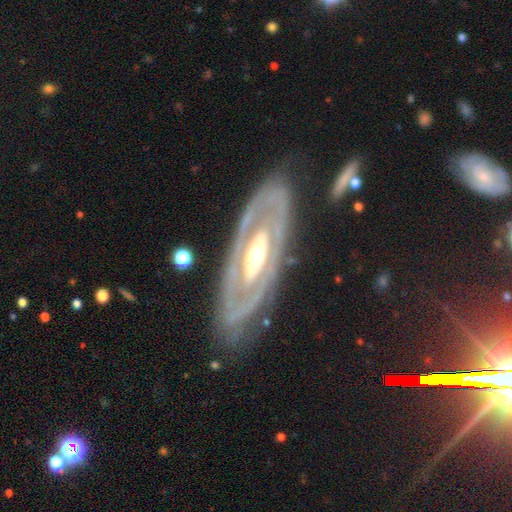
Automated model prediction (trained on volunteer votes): Smooth or featured? featured or disk (84%)
Edge-on disk? no (86%)
Bar? no (56%)
Spiral arms? yes (58%)
Bulge size? moderate (69%)
Merging? none (81%)